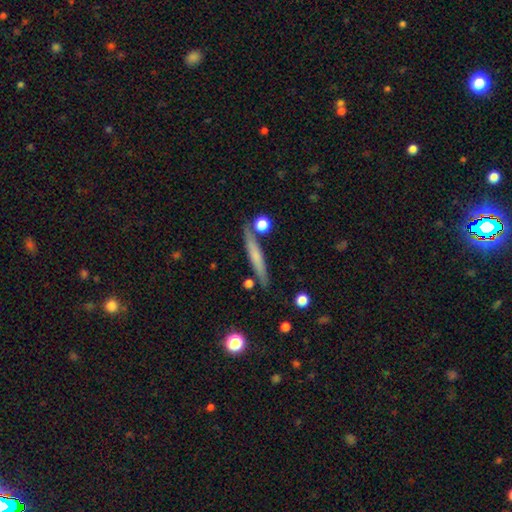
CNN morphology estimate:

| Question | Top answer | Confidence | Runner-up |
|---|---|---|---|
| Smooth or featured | smooth | 56% | featured or disk (37%) |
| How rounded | cigar-shaped | 93% | in between (5%) |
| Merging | none | 82% | minor disturbance (10%) |